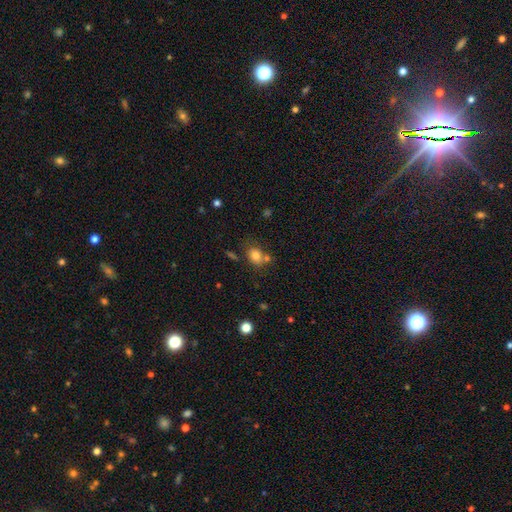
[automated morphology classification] smooth 79%, star or artifact 12%, featured or disk 9%. Down the decision tree: how rounded — in between (52%); merging — none (57%).